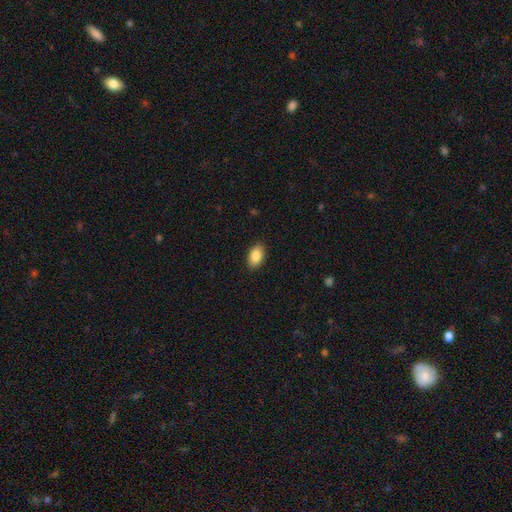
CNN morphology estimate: smooth-or-featured: smooth: 89% | star or artifact: 7% | featured or disk: 4%
  how-rounded: in between: 93% | round: 5% | cigar-shaped: 2%
  merging: none: 89% | minor disturbance: 8% | major disturbance: 2% | merger: 1%